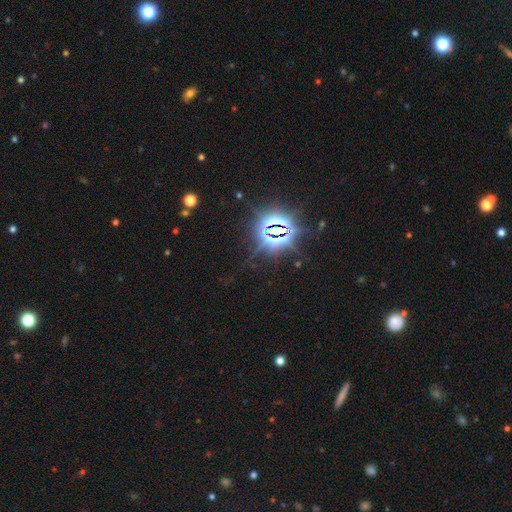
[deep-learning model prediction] This appears to be a star or artifact, not a galaxy (85%).